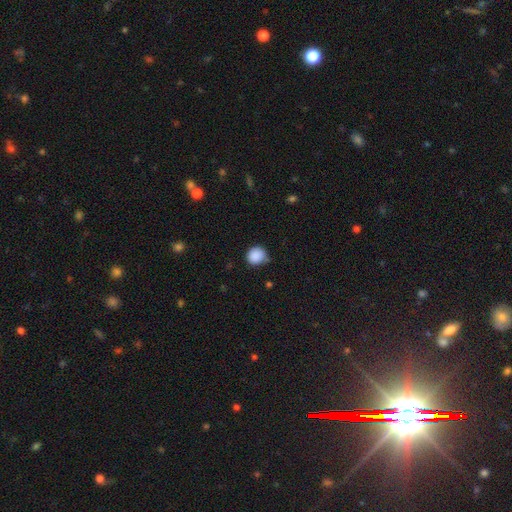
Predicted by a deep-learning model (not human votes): smooth_or_featured: smooth (p=0.88) [alt: star or artifact p=0.09]
how_rounded: round (p=0.86) [alt: in between p=0.13]
merging: none (p=0.73) [alt: minor disturbance p=0.20]